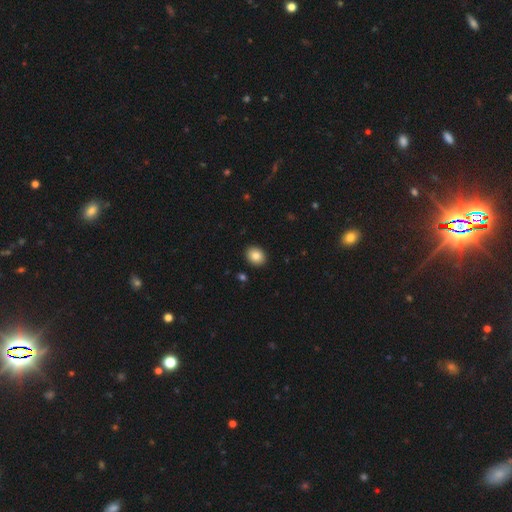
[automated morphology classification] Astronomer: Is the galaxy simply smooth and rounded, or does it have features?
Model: smooth — 85%.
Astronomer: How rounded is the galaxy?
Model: round — 58% (runner-up: in between, 41%).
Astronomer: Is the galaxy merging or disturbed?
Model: none — 91%.